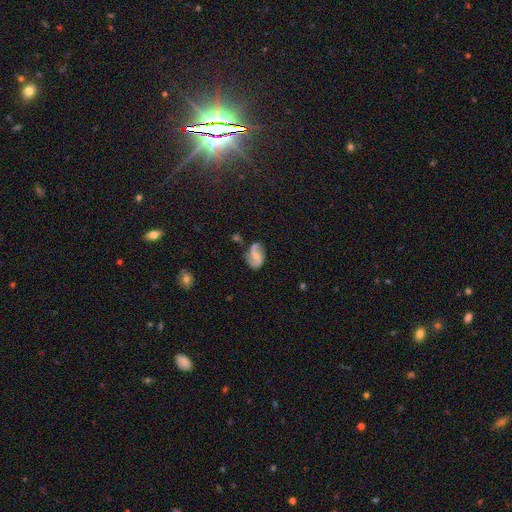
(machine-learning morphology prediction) featured or disk 77%, smooth 16%, star or artifact 7%. Down the decision tree: edge-on disk — no (98%); bar — weak (44%, tied with no); spiral arms — yes (94%); spiral arm count — 2 (89%); spiral winding — medium (44%); bulge size — small (40%); merging — none (62%).